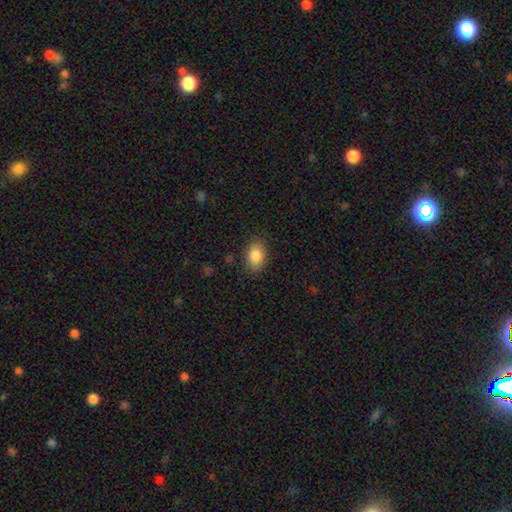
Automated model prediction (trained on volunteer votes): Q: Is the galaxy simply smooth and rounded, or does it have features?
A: smooth — 87%.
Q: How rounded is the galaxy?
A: in between — 84%.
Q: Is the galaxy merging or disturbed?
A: none — 84%.